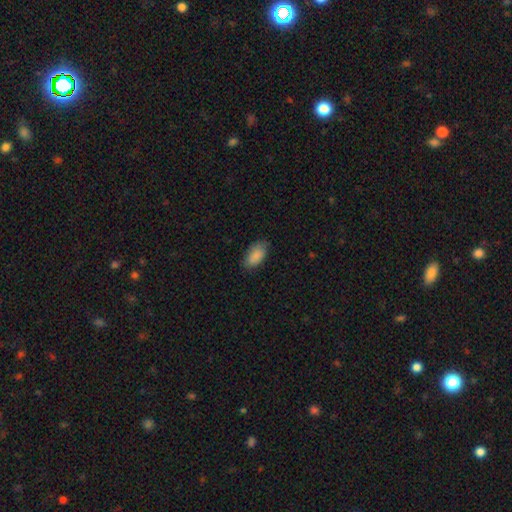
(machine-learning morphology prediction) This is clearly a smooth galaxy (88%). How rounded: clearly in between (93%). Merging: likely none (76%).